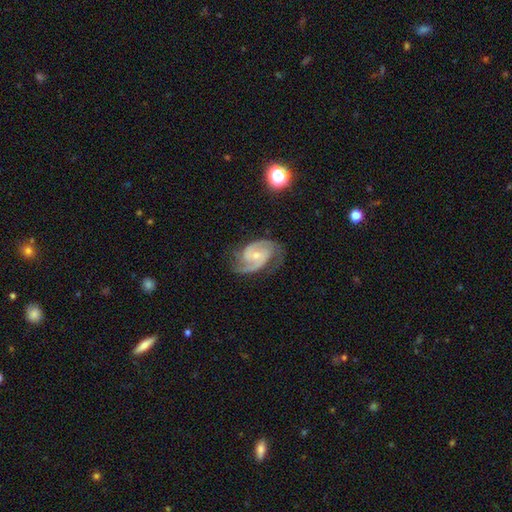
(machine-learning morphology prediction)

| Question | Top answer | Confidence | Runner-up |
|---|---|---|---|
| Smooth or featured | featured or disk | 90% | smooth (6%) |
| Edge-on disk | no | 98% | yes (2%) |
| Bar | no | 49% | weak (40%) |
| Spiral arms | yes | 98% | no (2%) |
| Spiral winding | medium | 54% | tight (32%) |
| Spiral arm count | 2 | 85% | 3 (6%) |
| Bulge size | small | 56% | moderate (39%) |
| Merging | none | 70% | minor disturbance (20%) |